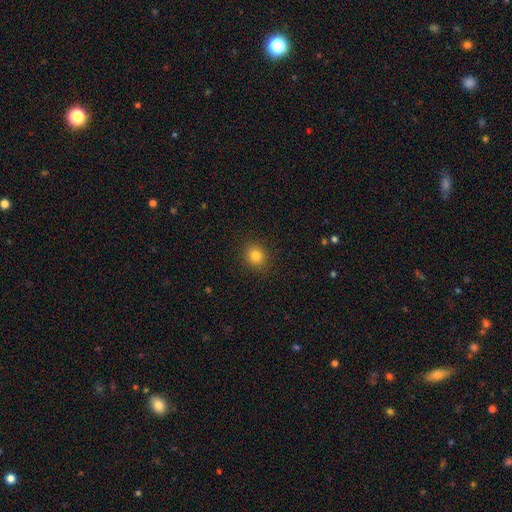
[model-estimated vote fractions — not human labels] Smooth or featured? smooth (82%)
How rounded? round (85%)
Merging? none (91%)